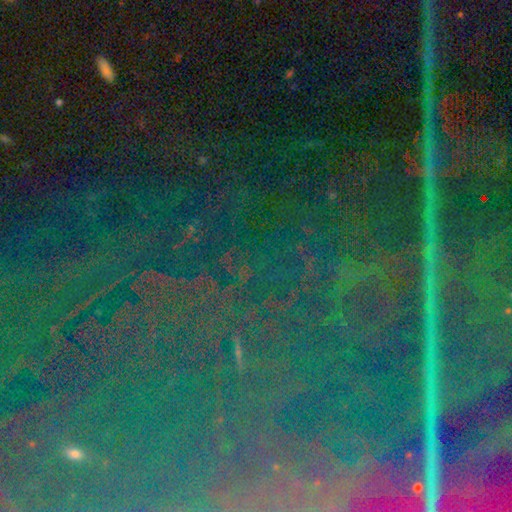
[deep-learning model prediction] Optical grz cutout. It shows a star or artifact, not a galaxy (85%).